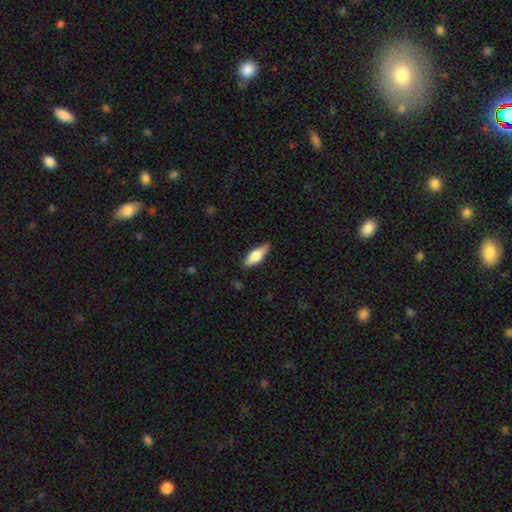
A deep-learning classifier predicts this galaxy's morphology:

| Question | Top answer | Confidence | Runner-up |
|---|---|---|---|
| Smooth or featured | smooth | 62% | featured or disk (32%) |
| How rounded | in between | 60% | cigar-shaped (37%) |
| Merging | none | 84% | minor disturbance (13%) |